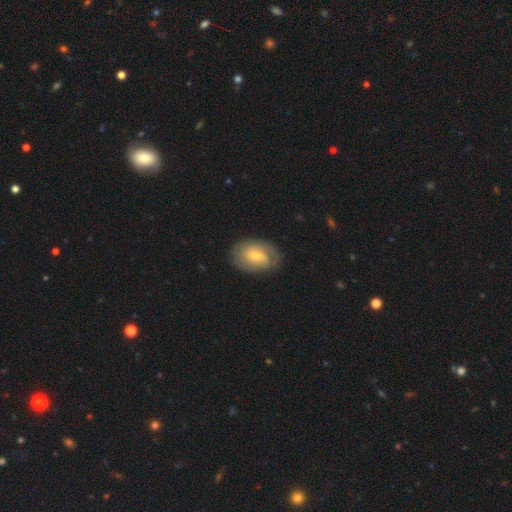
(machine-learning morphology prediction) Q: Smooth or featured?
A: featured or disk (65%); runner-up: smooth (29%)
Q: Edge-on disk?
A: no (96%); runner-up: yes (4%)
Q: Bar?
A: no (51%); runner-up: weak (41%)
Q: Spiral arms?
A: yes (86%); runner-up: no (14%)
Q: Spiral winding?
A: tight (47%); runner-up: medium (36%)
Q: Spiral arm count?
A: 2 (46%); runner-up: can't tell (30%)
Q: Bulge size?
A: small (61%); runner-up: moderate (34%)
Q: Merging?
A: none (73%); runner-up: minor disturbance (18%)